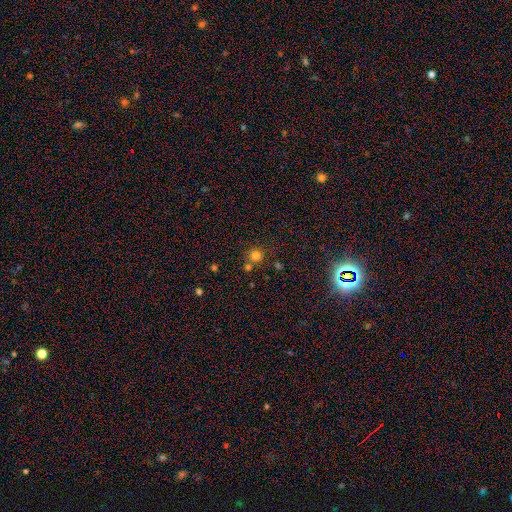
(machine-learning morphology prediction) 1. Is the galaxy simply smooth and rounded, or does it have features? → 78% smooth, 16% star or artifact, 6% featured or disk.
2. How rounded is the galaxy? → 92% round, 7% in between, 1% cigar-shaped.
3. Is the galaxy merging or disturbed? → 69% none, 19% merger, 9% minor disturbance, 3% major disturbance.